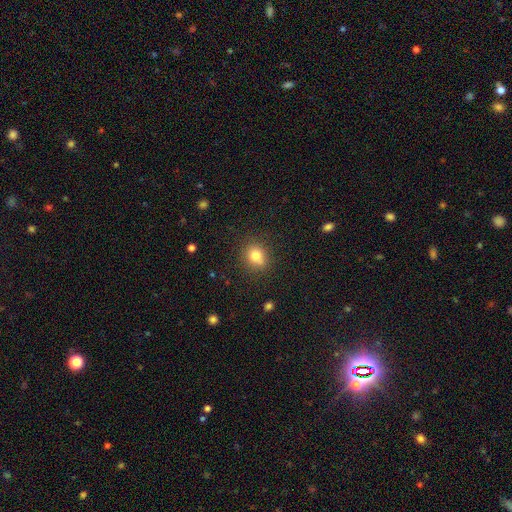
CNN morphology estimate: Smooth or featured?
  - smooth: 79% *
  - star or artifact: 12%
  - featured or disk: 9%
How rounded?
  - round: 67% *
  - in between: 31%
  - cigar-shaped: 1%
Merging?
  - none: 80% *
  - minor disturbance: 14%
  - major disturbance: 4%
  - merger: 3%